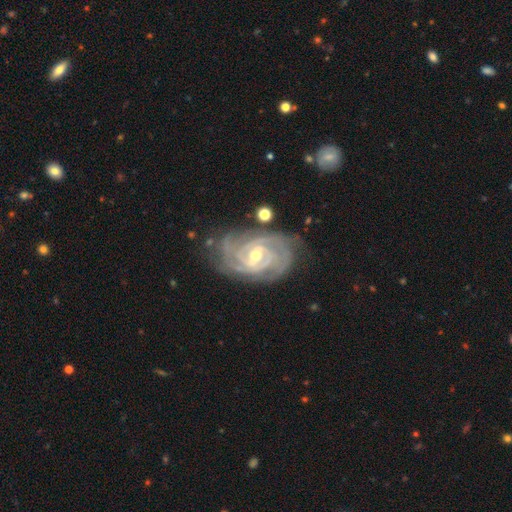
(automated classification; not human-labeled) Smooth or featured: featured or disk — 92% (star or artifact — 4%)
Edge-on disk: no — 97% (yes — 3%)
Bar: weak — 47% (no — 29%)
Spiral arms: yes — 98% (no — 2%)
Spiral winding: tight — 73% (medium — 24%)
Spiral arm count: 3 — 30% (2 — 24%)
Bulge size: small — 51% (moderate — 46%)
Merging: none — 71% (minor disturbance — 20%)